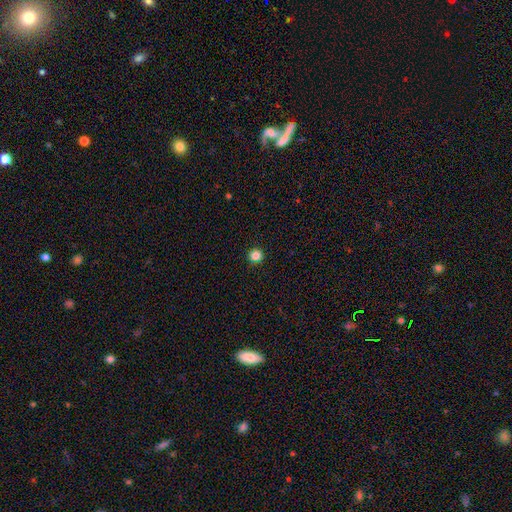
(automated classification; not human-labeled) Morphology: type=smooth (84%); roundness=round (95%); merging=none (93%).